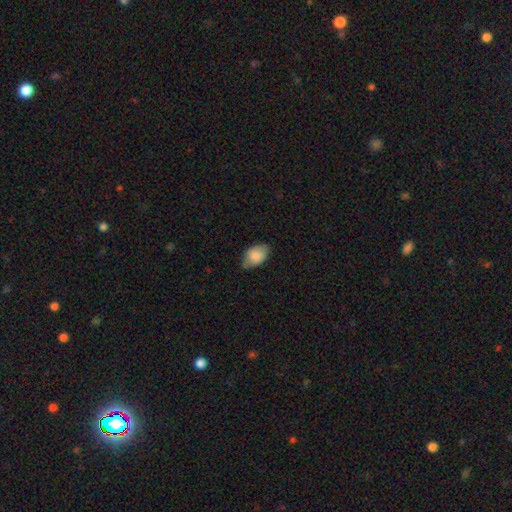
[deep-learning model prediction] A smooth galaxy with no disk features (85%) that is in between round and cigar-shaped (90%).

Vote fractions:
- Smooth or featured? smooth: 85% / featured or disk: 8% / star or artifact: 6%
- How rounded? in between: 90% / round: 9% / cigar-shaped: 1%
- Merging? none: 71% / minor disturbance: 24% / major disturbance: 4% / merger: 1%